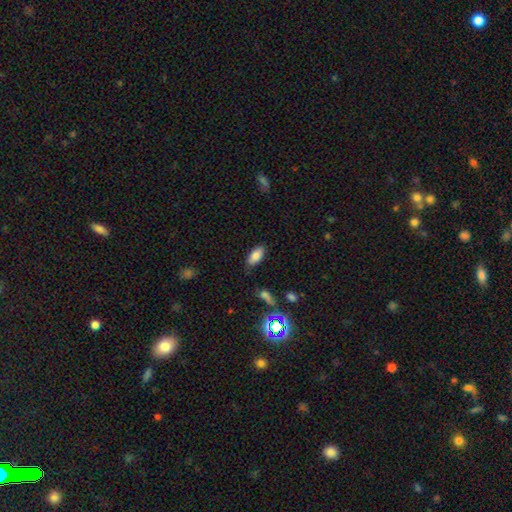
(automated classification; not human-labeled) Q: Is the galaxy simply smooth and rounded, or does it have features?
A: smooth — 81%.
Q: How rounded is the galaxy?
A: in between — 90%.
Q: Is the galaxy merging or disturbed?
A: none — 82%.